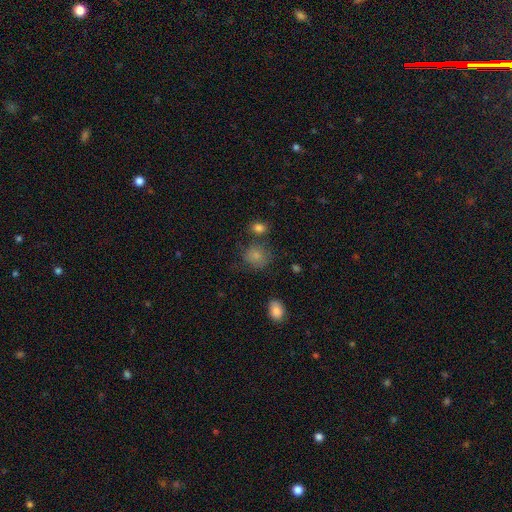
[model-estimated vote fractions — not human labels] The model was most divided on "merging": none: 62%, minor disturbance: 20%, major disturbance: 9%, merger: 9%. More confident: smooth or featured — smooth (81%); how rounded — round (74%).